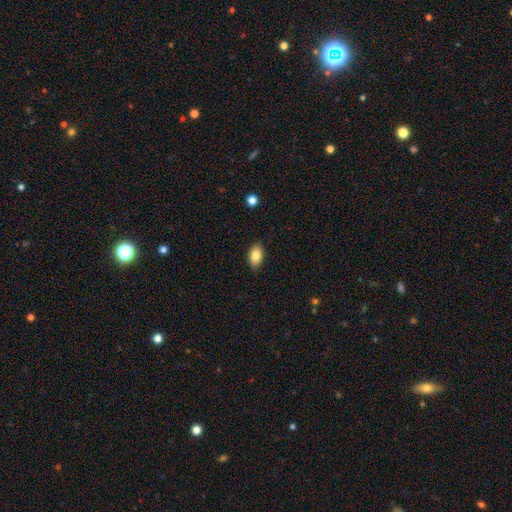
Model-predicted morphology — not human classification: Smooth or featured?
  - smooth: 84% *
  - featured or disk: 8%
  - star or artifact: 8%
How rounded?
  - in between: 90% *
  - round: 8%
  - cigar-shaped: 2%
Merging?
  - none: 86% *
  - minor disturbance: 11%
  - major disturbance: 2%
  - merger: 1%